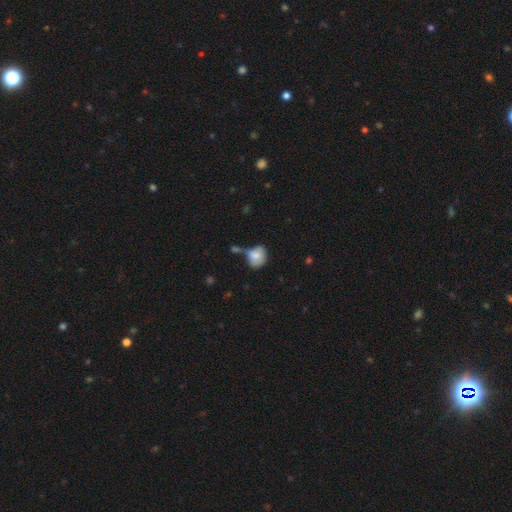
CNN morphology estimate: type=smooth (77%); roundness=round (52%); merging=none (38%).